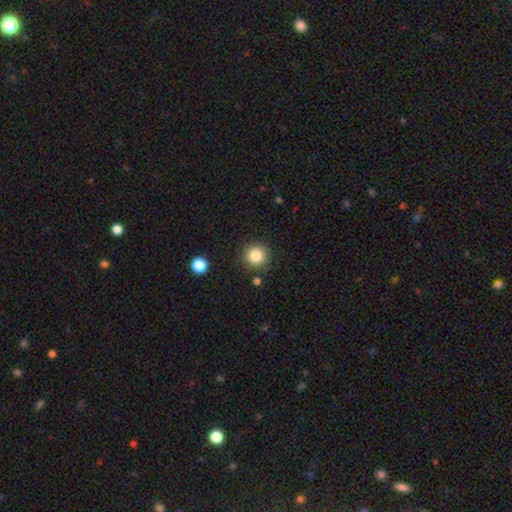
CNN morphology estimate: A smooth galaxy with no disk features (83%) that is round (95%).

Vote fractions:
- Smooth or featured? smooth: 83% / star or artifact: 11% / featured or disk: 6%
- How rounded? round: 95% / in between: 5% / cigar-shaped: 1%
- Merging? none: 88% / minor disturbance: 7% / merger: 3% / major disturbance: 2%